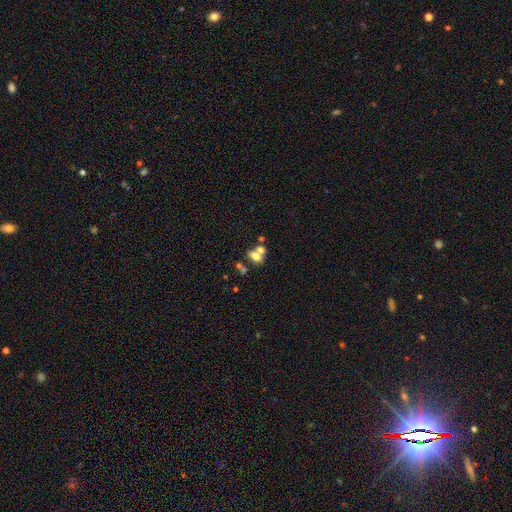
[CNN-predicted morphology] Smooth or featured?
  - smooth: 64% *
  - featured or disk: 23%
  - star or artifact: 13%
How rounded?
  - in between: 72% *
  - round: 25%
  - cigar-shaped: 3%
Merging?
  - merger: 49% *
  - none: 36%
  - minor disturbance: 10%
  - major disturbance: 6%